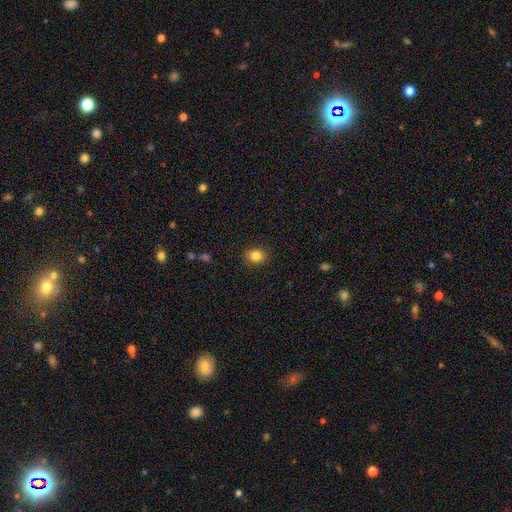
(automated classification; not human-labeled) Morphology: type=smooth (84%); roundness=round (64%); merging=none (89%).